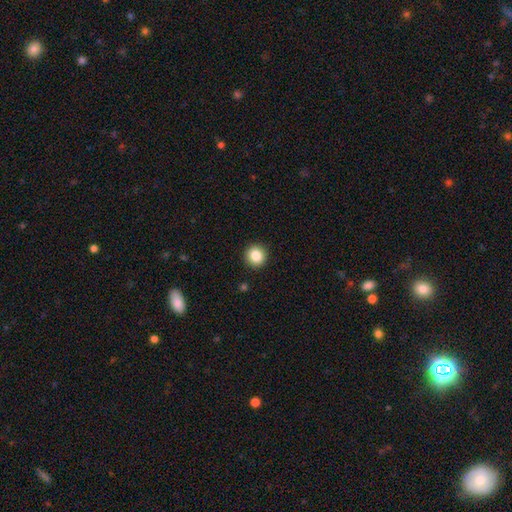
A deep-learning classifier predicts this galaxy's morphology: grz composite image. It shows a smooth galaxy with no disk features (85%) that is round (94%). Merging: none (92%).